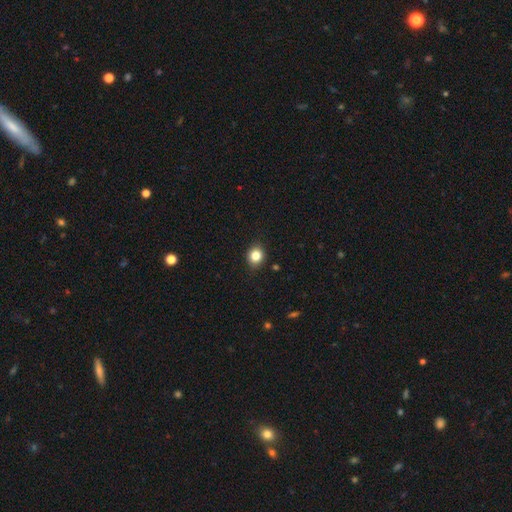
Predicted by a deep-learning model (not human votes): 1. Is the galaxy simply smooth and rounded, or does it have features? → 82% smooth, 11% star or artifact, 7% featured or disk.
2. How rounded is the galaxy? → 71% round, 28% in between, 1% cigar-shaped.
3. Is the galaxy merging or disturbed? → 86% none, 10% minor disturbance, 2% major disturbance, 1% merger.